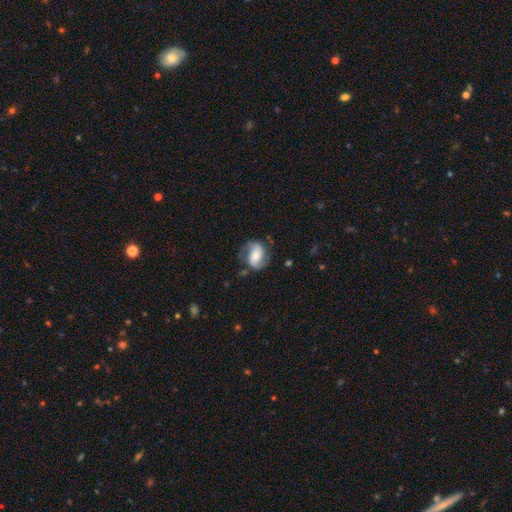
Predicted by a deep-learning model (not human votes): smooth_or_featured: featured or disk (p=0.66) [alt: smooth p=0.27]
disk_edge_on: no (p=0.97) [alt: yes p=0.03]
bar: no (p=0.47) [alt: weak p=0.30]
has_spiral_arms: yes (p=0.88) [alt: no p=0.12]
spiral_winding: medium (p=0.42) [alt: loose p=0.35]
spiral_arm_count: 2 (p=0.86) [alt: can't tell p=0.06]
bulge_size: moderate (p=0.53) [alt: small p=0.36]
merging: none (p=0.68) [alt: minor disturbance p=0.20]